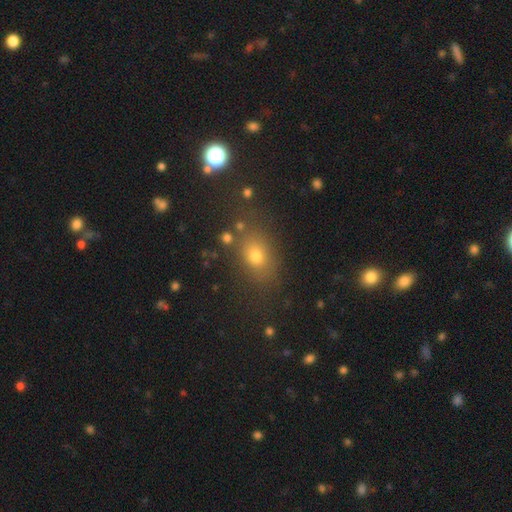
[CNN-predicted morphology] Smooth or featured: smooth — 67% (star or artifact — 22%)
How rounded: in between — 58% (round — 40%)
Merging: none — 79% (minor disturbance — 12%)